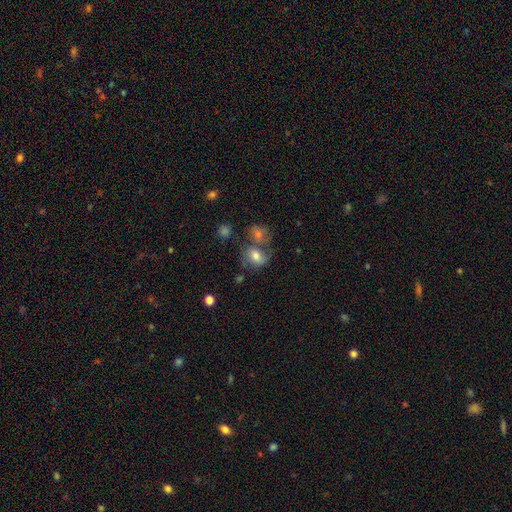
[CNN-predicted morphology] smooth_or_featured: smooth (p=0.64) [alt: featured or disk p=0.25]
how_rounded: in between (p=0.58) [alt: round p=0.41]
merging: none (p=0.39) [alt: merger p=0.37]